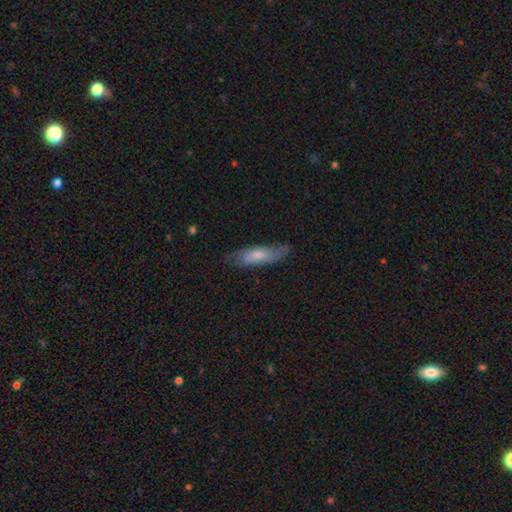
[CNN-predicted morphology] smooth 50%, featured or disk 43%, star or artifact 7%. Down the decision tree: how rounded — cigar-shaped (60%); merging — none (71%).